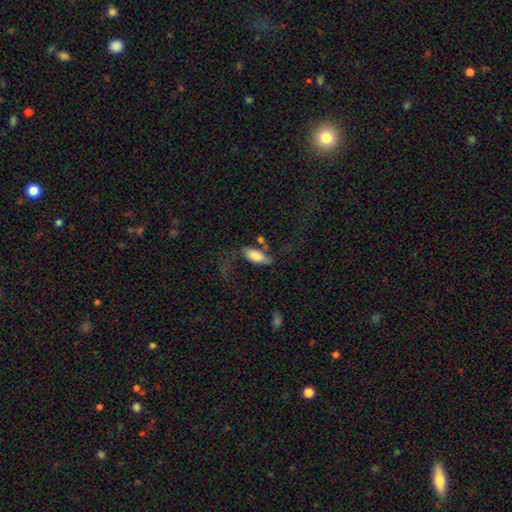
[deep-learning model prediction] Morphology: type=smooth (72%); roundness=in between (89%); merging=none (36%).